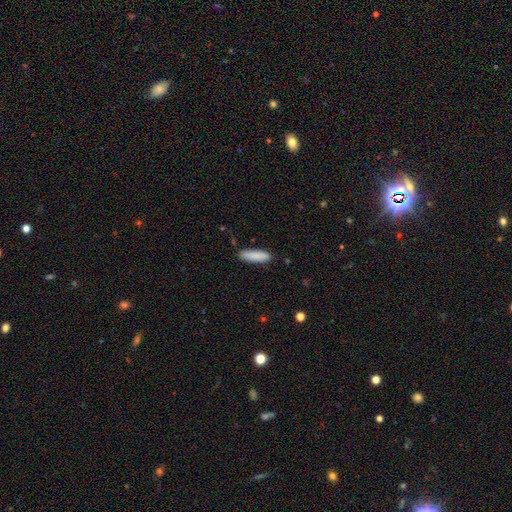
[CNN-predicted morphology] This appears to be a smooth galaxy with no disk features (88%) that is cigar-shaped (58%). Merging: none (87%).